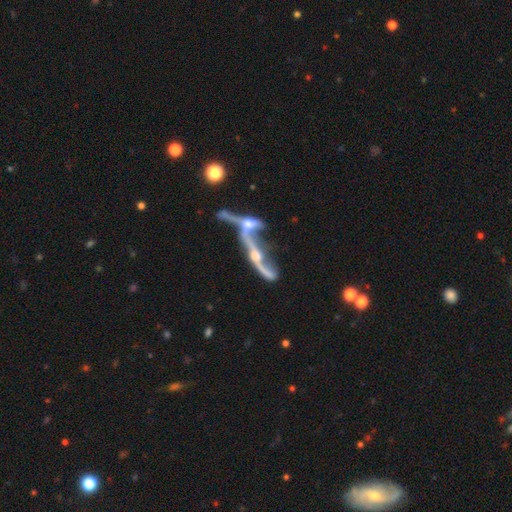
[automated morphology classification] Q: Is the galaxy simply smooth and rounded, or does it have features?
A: featured or disk — 79%.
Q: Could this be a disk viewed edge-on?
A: no — 51%.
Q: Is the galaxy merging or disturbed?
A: merger — 66%.